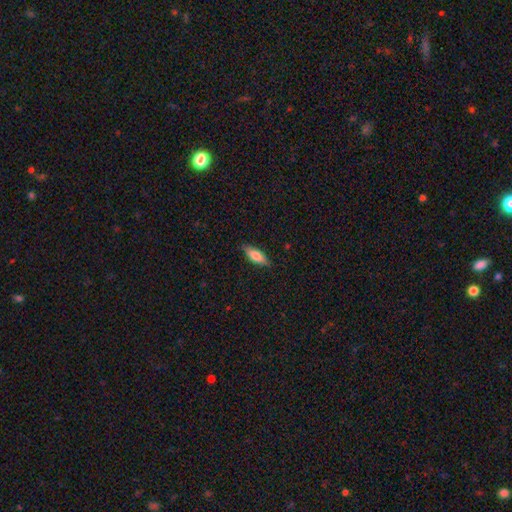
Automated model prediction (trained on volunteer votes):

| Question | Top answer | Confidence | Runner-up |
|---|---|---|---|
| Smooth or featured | smooth | 71% | featured or disk (22%) |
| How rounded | in between | 58% | cigar-shaped (40%) |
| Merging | none | 84% | minor disturbance (13%) |